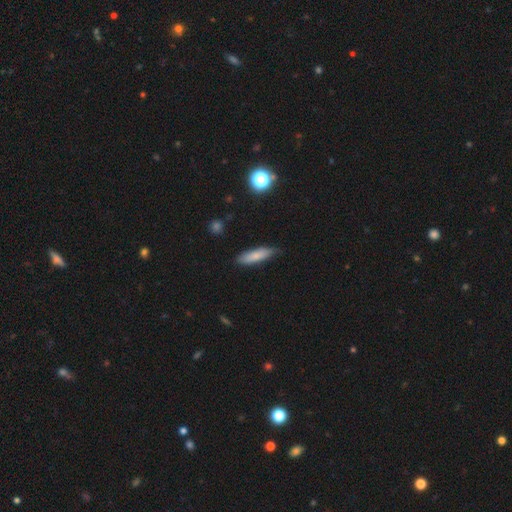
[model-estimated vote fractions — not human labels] smooth_or_featured: smooth (p=0.80) [alt: featured or disk p=0.13]
how_rounded: cigar-shaped (p=0.66) [alt: in between p=0.32]
merging: none (p=0.78) [alt: minor disturbance p=0.18]